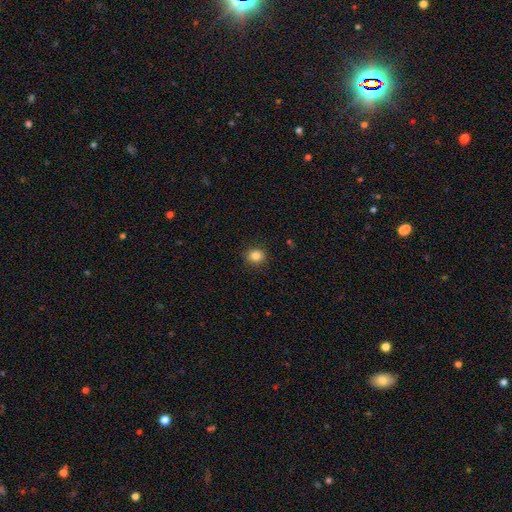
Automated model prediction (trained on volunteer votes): Overall: smooth (84%). How rounded: round (77%). Merging: none (90%).